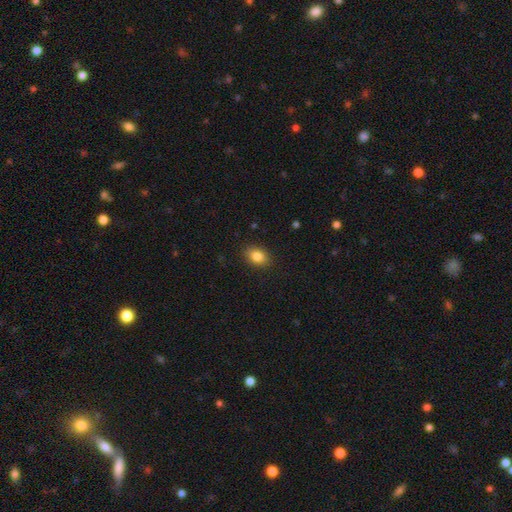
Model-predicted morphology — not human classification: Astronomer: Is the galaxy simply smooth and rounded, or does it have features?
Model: smooth — 85%.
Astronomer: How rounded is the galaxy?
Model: in between — 72%.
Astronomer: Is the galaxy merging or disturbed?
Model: none — 88%.